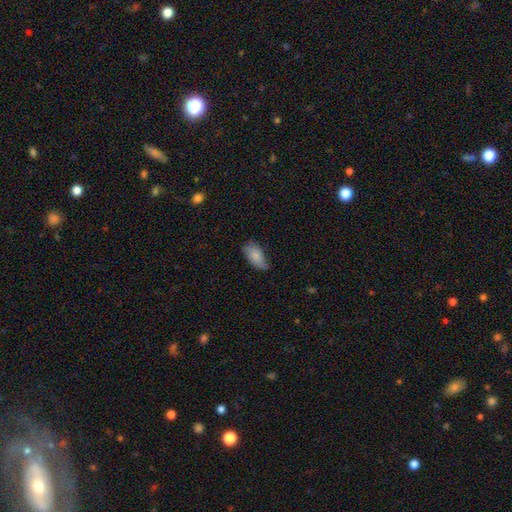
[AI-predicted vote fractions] Smooth or featured: smooth — 79% (featured or disk — 14%)
How rounded: in between — 93% (cigar-shaped — 4%)
Merging: none — 59% (minor disturbance — 33%)